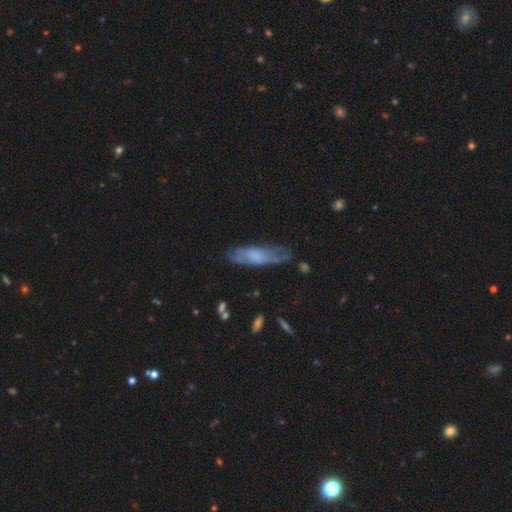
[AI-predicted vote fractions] The model was most divided on "smooth or featured": smooth: 50%, featured or disk: 42%, star or artifact: 8%. More confident: merging — none (54%); how rounded — cigar-shaped (54%).